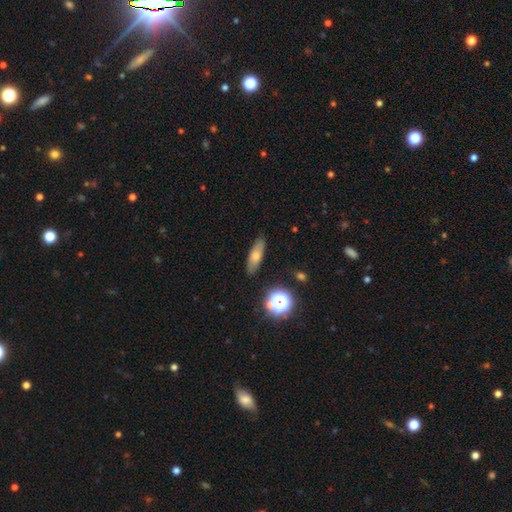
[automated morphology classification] type=smooth (67%); roundness=in between (51%); merging=none (84%).